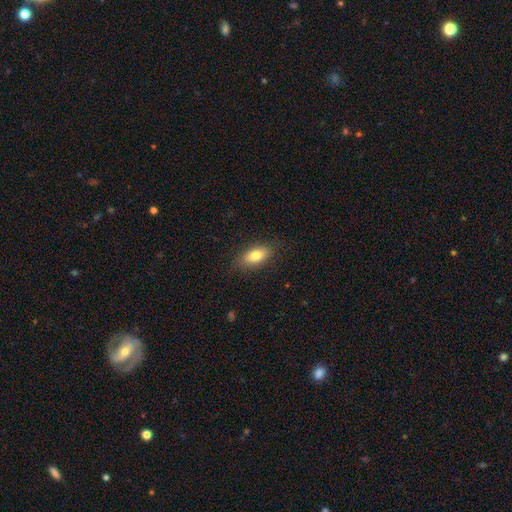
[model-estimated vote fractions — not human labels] smooth-or-featured: smooth: 80% | featured or disk: 13% | star or artifact: 7%
  how-rounded: in between: 86% | cigar-shaped: 9% | round: 5%
  merging: none: 85% | minor disturbance: 11% | major disturbance: 3% | merger: 1%